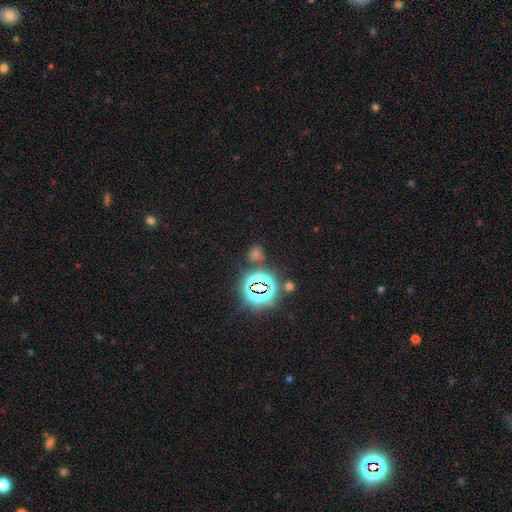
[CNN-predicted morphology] Smooth or featured: star or artifact — 70% (smooth — 23%)